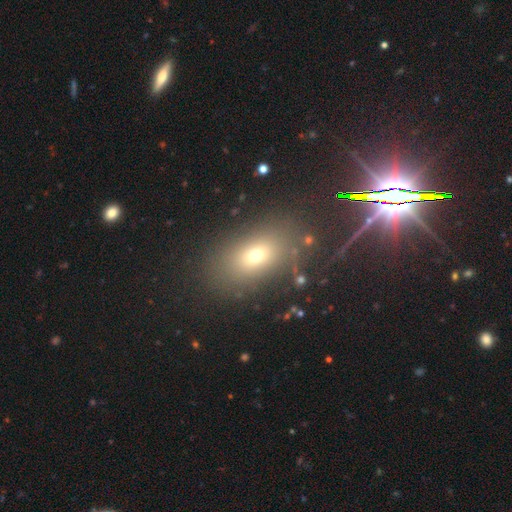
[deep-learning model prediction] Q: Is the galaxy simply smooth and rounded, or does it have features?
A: smooth — 60%.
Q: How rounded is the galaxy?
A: in between — 71%.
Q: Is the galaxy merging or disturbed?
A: none — 80%.